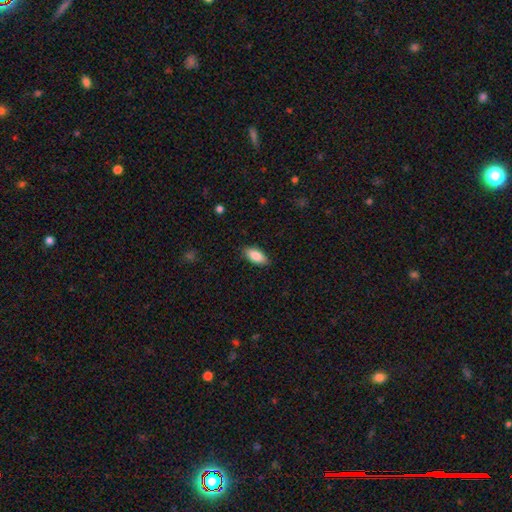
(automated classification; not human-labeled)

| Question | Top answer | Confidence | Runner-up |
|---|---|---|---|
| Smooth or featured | smooth | 87% | featured or disk (7%) |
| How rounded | in between | 88% | cigar-shaped (9%) |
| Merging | none | 88% | minor disturbance (9%) |